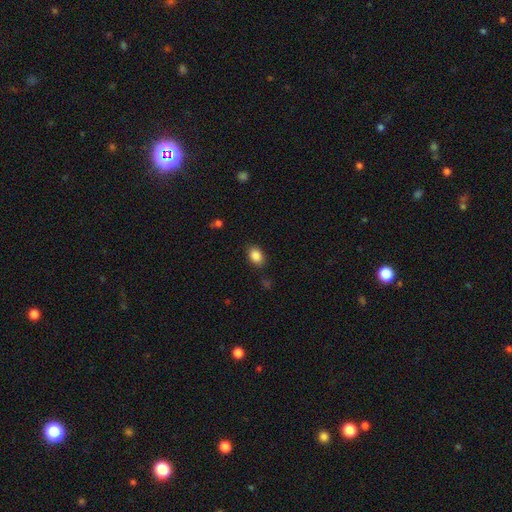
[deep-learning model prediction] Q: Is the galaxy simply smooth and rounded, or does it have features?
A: smooth — 87%.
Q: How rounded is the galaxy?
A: in between — 75%.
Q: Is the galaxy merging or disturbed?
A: none — 85%.